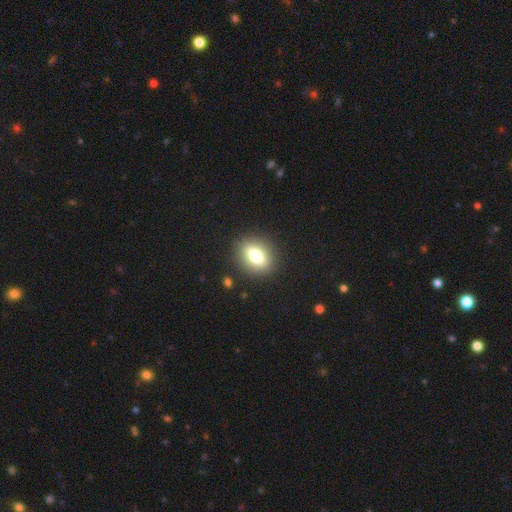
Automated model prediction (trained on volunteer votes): Smooth or featured? smooth (73%)
How rounded? in between (65%)
Merging? none (88%)